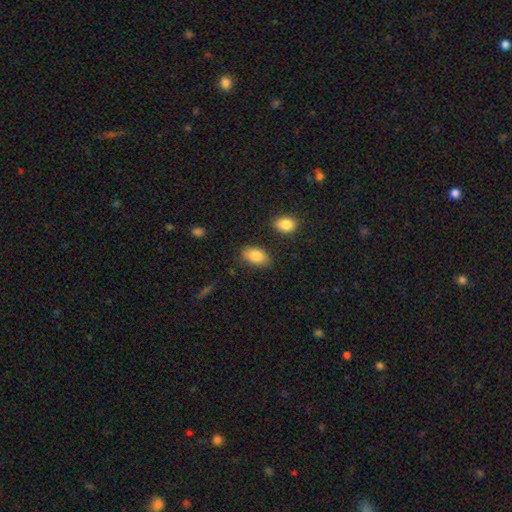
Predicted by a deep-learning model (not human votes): This is clearly a smooth galaxy (85%). How rounded: clearly in between (92%). Merging: clearly none (81%).